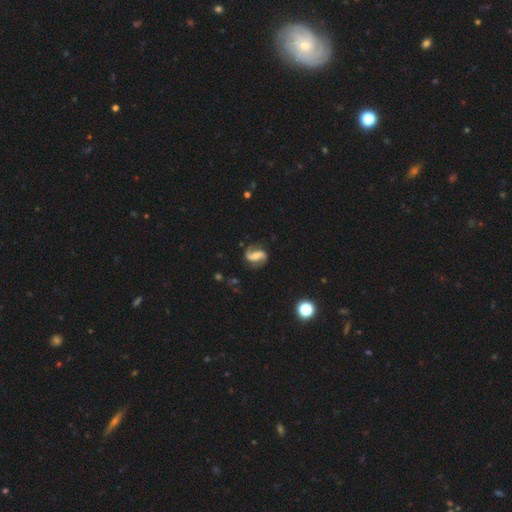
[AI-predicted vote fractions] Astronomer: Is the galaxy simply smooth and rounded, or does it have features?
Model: featured or disk — 84%.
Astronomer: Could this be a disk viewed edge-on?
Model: no — 97%.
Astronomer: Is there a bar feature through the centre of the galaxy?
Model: strong — 37%, tied with weak at 37%.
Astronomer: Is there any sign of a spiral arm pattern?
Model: yes — 95%.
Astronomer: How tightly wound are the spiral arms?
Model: loose — 51% (runner-up: medium, 36%).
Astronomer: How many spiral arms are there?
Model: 2 — 90%.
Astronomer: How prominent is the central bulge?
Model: moderate — 42% (runner-up: small, 41%).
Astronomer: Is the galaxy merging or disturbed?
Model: none — 77%.